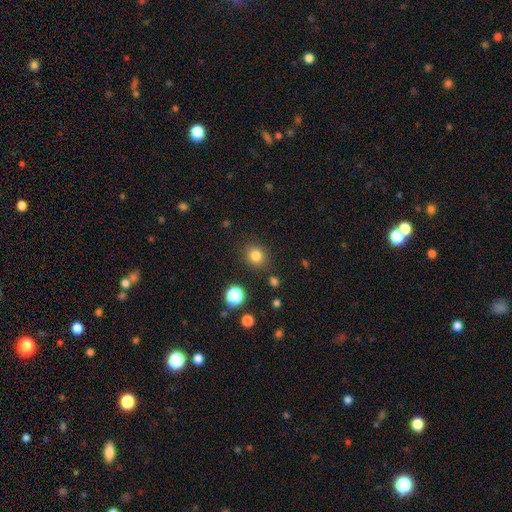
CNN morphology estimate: Smooth or featured? smooth (82%)
How rounded? round (82%)
Merging? none (86%)